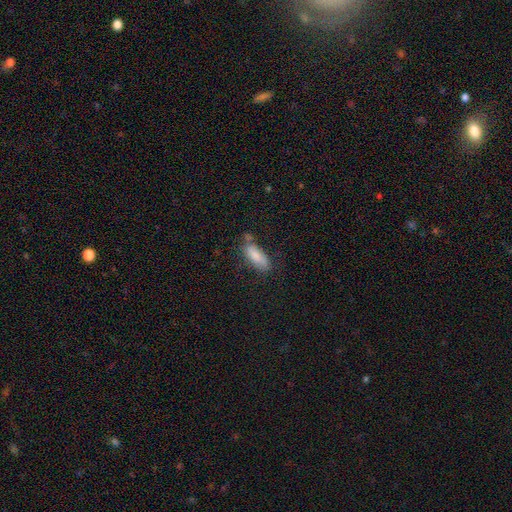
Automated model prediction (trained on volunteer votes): Q: Smooth or featured?
A: smooth (82%); runner-up: featured or disk (11%)
Q: How rounded?
A: in between (68%); runner-up: cigar-shaped (30%)
Q: Merging?
A: none (59%); runner-up: minor disturbance (25%)